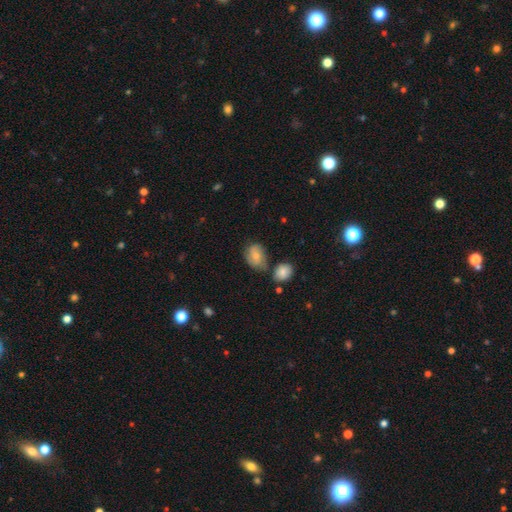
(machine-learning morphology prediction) Smooth or featured?
  - smooth: 66% *
  - featured or disk: 26%
  - star or artifact: 8%
How rounded?
  - in between: 65% *
  - round: 33%
  - cigar-shaped: 1%
Merging?
  - none: 55% *
  - minor disturbance: 23%
  - merger: 15%
  - major disturbance: 7%